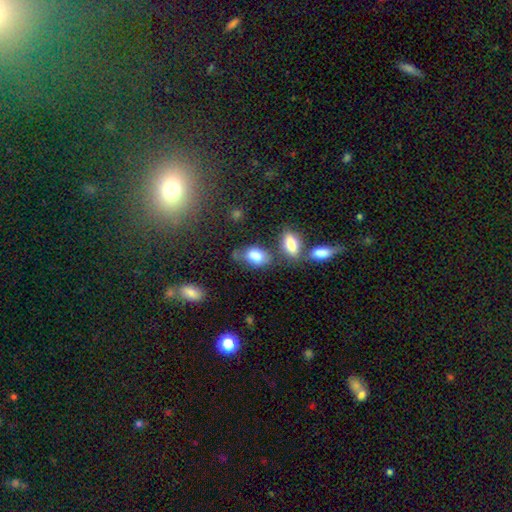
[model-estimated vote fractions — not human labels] smooth 81%, featured or disk 11%, star or artifact 8%. Down the decision tree: how rounded — in between (87%); merging — none (47%).